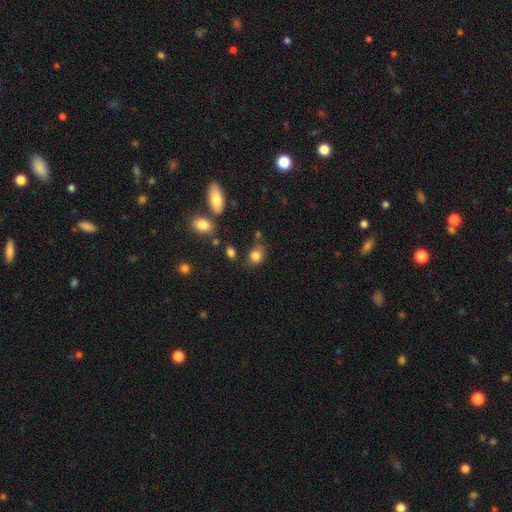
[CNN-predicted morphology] This is clearly a smooth galaxy (83%). How rounded: possibly in between (55%). Merging: likely none (66%).